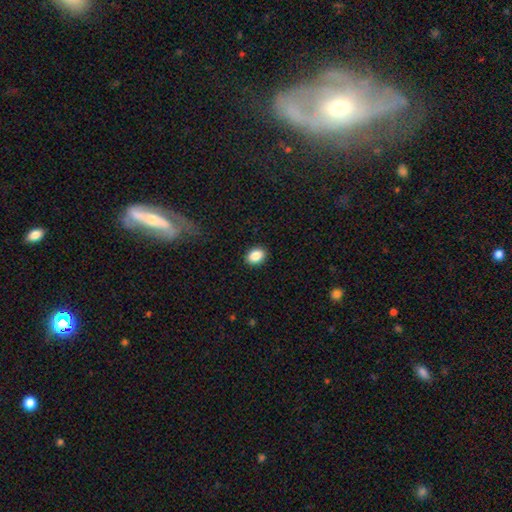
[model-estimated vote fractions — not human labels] Overall: smooth (88%). How rounded: in between (75%). Merging: none (90%).